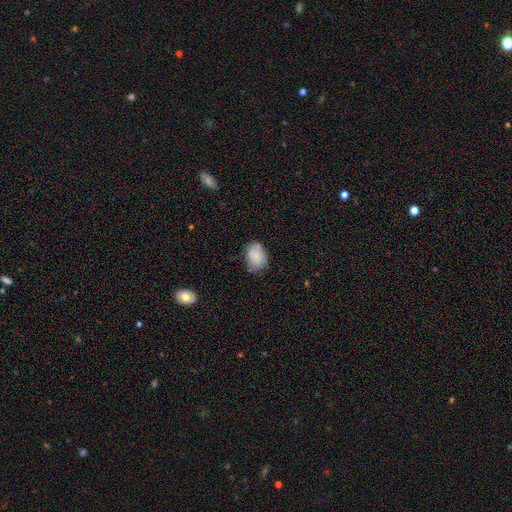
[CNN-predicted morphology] smooth 80%, featured or disk 12%, star or artifact 8%. Down the decision tree: how rounded — in between (75%); merging — none (66%).